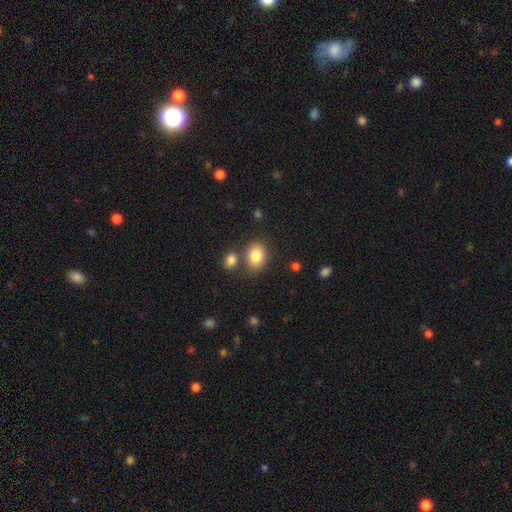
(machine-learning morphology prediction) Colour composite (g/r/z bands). It shows a smooth galaxy with no disk features (83%) that is in between round and cigar-shaped (55%). Merging: none (67%).